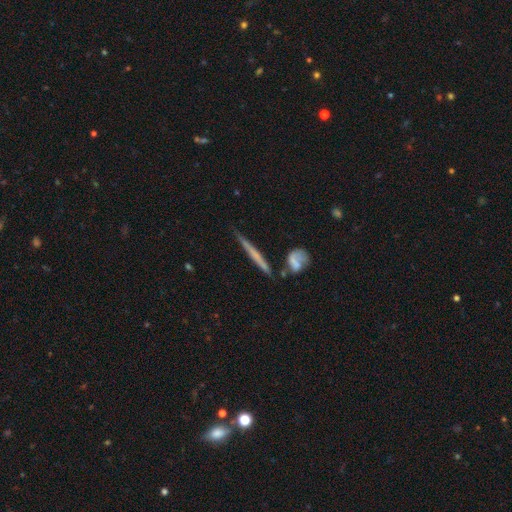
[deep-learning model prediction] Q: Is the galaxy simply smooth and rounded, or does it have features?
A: featured or disk — 48%.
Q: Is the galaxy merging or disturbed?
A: none — 70%.